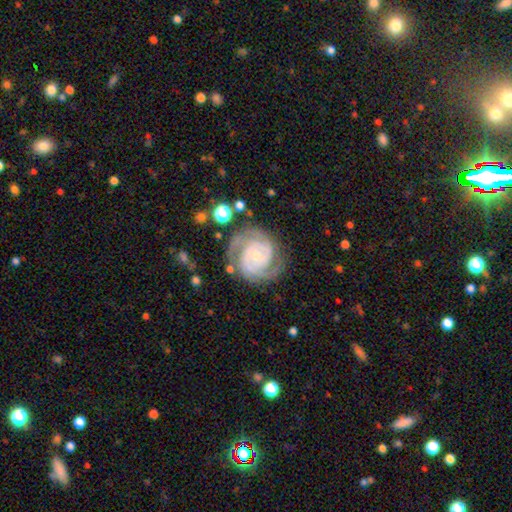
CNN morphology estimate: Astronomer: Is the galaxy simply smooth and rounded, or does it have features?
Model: featured or disk — 90%.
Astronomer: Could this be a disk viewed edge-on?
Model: no — 98%.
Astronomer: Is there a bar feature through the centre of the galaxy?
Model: no — 61%.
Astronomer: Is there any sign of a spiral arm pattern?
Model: yes — 97%.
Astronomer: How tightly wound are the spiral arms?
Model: tight — 66%.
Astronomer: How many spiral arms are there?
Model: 2 — 68%.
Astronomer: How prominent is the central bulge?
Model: small — 62%.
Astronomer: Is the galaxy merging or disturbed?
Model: none — 72%.